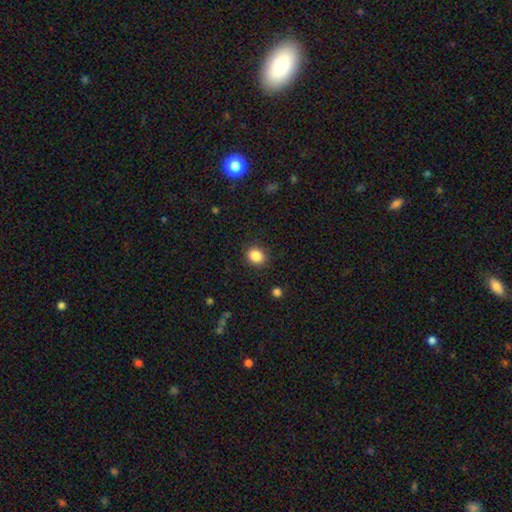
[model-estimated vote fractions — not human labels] smooth-or-featured: smooth: 86% | star or artifact: 10% | featured or disk: 4%
  how-rounded: round: 67% | in between: 32% | cigar-shaped: 1%
  merging: none: 88% | minor disturbance: 8% | major disturbance: 3% | merger: 1%